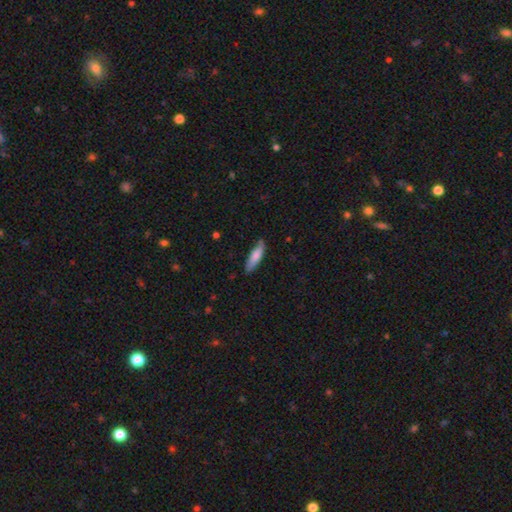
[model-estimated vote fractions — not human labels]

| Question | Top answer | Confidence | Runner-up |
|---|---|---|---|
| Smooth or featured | smooth | 78% | featured or disk (17%) |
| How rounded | cigar-shaped | 63% | in between (36%) |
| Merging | none | 77% | minor disturbance (18%) |